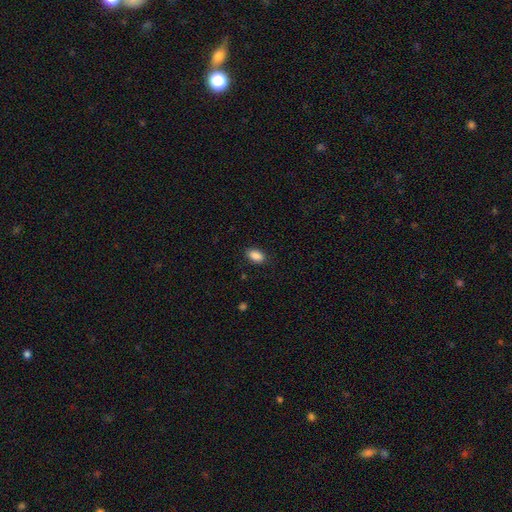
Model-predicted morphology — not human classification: Smooth or featured?
  - smooth: 89% *
  - star or artifact: 8%
  - featured or disk: 3%
How rounded?
  - in between: 91% *
  - round: 7%
  - cigar-shaped: 2%
Merging?
  - none: 86% *
  - minor disturbance: 10%
  - major disturbance: 3%
  - merger: 1%